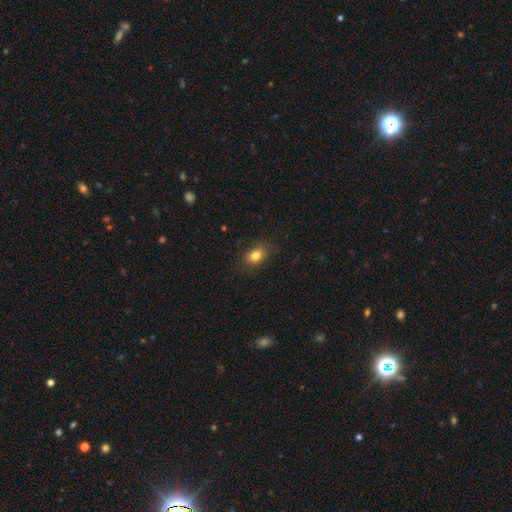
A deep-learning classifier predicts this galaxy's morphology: Smooth or featured: smooth — 81% (star or artifact — 10%)
How rounded: in between — 73% (round — 25%)
Merging: none — 81% (minor disturbance — 14%)